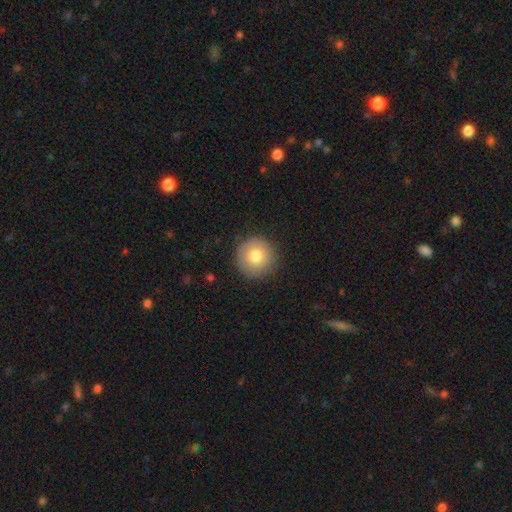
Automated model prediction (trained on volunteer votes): A smooth galaxy with no disk features (79%) that is round (96%). Merging: none (87%).